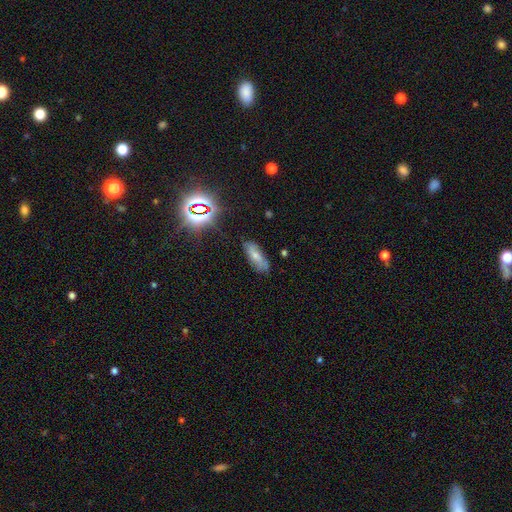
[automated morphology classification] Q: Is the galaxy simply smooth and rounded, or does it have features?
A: smooth — 60%.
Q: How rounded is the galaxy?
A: in between — 66%.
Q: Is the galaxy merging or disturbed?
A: none — 72%.